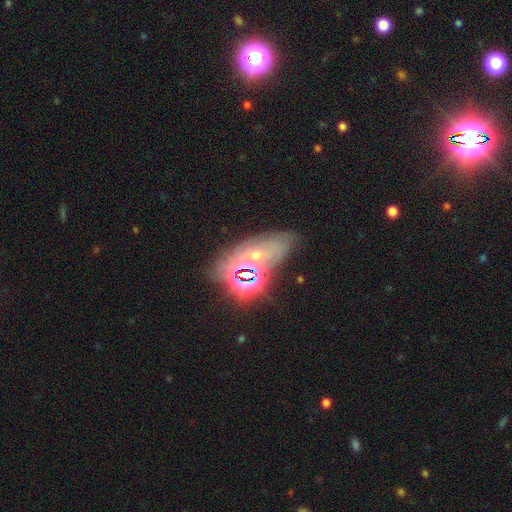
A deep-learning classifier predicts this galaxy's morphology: This appears to be a star or artifact, not a galaxy (53%).